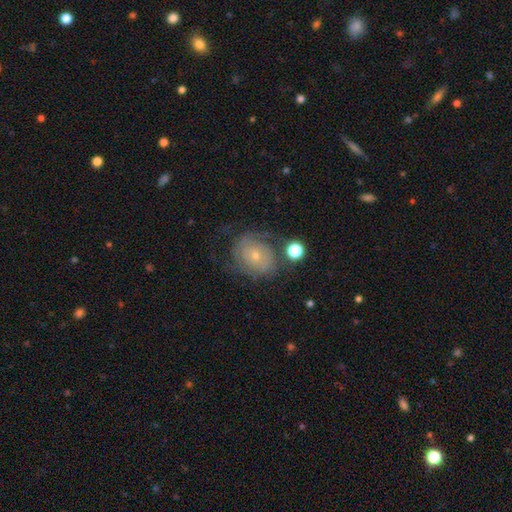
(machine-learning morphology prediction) Smooth or featured: featured or disk — 59% (smooth — 31%)
Edge-on disk: no — 97% (yes — 3%)
Bar: no — 82% (weak — 15%)
Spiral arms: yes — 72% (no — 28%)
Bulge size: small — 69% (moderate — 26%)
Merging: none — 56% (minor disturbance — 23%)